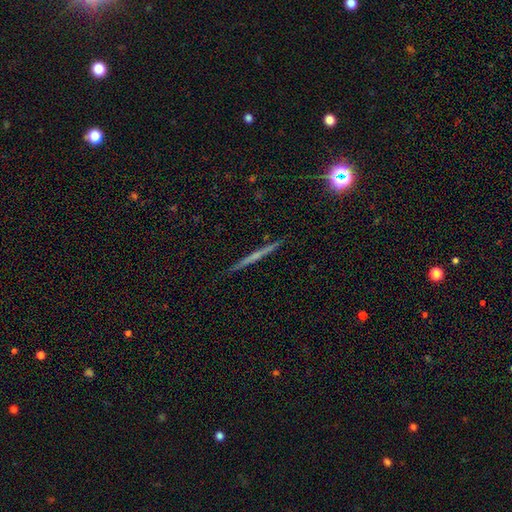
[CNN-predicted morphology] Smooth or featured?
  - featured or disk: 62% *
  - smooth: 28%
  - star or artifact: 9%
Edge-on disk?
  - yes: 98% *
  - no: 2%
Edge-on bulge?
  - none: 75% *
  - rounded: 20%
  - boxy: 5%
Merging?
  - none: 92% *
  - minor disturbance: 6%
  - major disturbance: 1%
  - merger: 1%